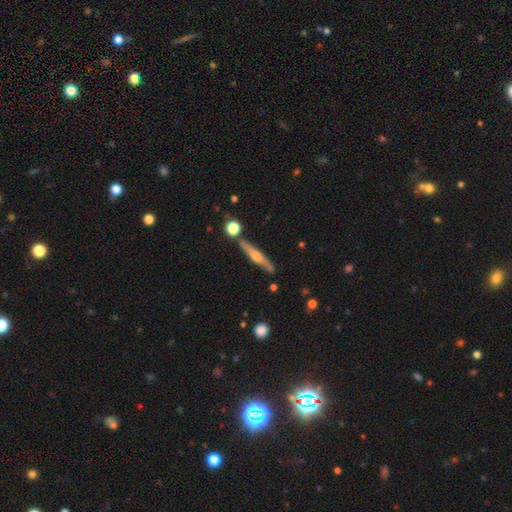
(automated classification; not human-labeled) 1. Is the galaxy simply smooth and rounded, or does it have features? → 67% featured or disk, 26% smooth, 7% star or artifact.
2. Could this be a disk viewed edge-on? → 95% yes, 5% no.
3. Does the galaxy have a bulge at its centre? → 81% rounded, 10% none, 9% boxy.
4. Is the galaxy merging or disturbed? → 83% none, 10% minor disturbance, 5% merger, 2% major disturbance.